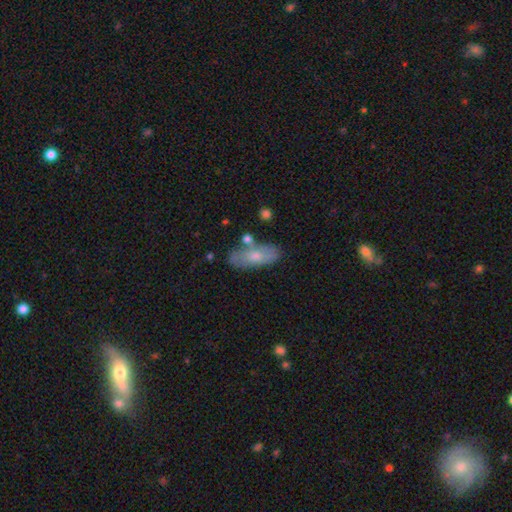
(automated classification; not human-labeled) Smooth or featured? smooth (63%)
How rounded? in between (76%)
Merging? none (66%)